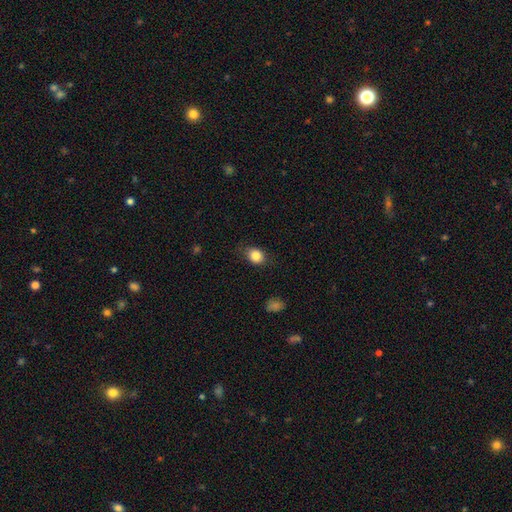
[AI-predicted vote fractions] Smooth or featured: smooth — 84% (star or artifact — 9%)
How rounded: round — 53% (in between — 46%)
Merging: none — 76% (minor disturbance — 18%)